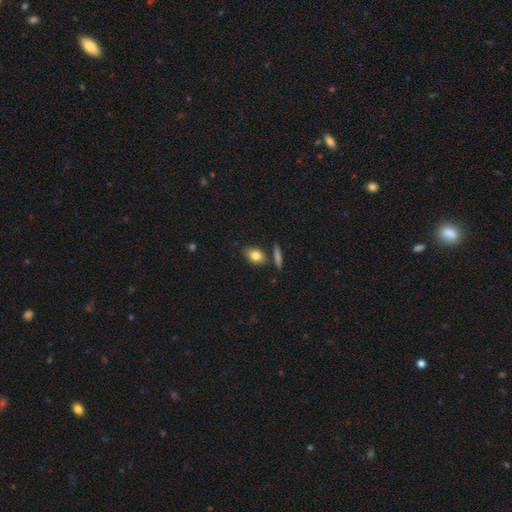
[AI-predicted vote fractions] A smooth galaxy with no disk features (80%) that is in between round and cigar-shaped (73%).

Vote fractions:
- Smooth or featured? smooth: 80% / featured or disk: 12% / star or artifact: 8%
- How rounded? in between: 73% / round: 22% / cigar-shaped: 5%
- Merging? none: 74% / minor disturbance: 14% / merger: 9% / major disturbance: 3%